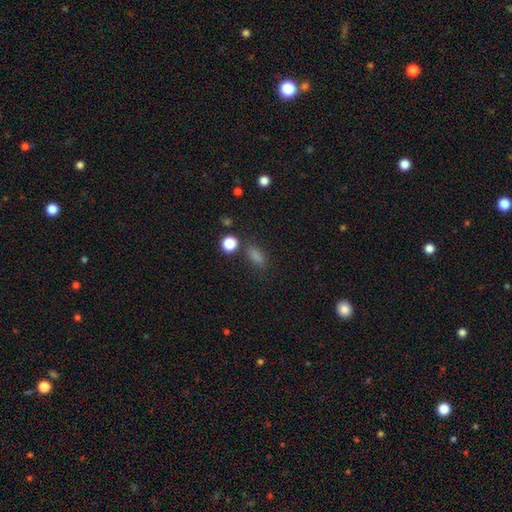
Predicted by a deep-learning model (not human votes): A smooth galaxy with no disk features (73%) that is in between round and cigar-shaped (76%).

Vote fractions:
- Smooth or featured? smooth: 73% / star or artifact: 21% / featured or disk: 6%
- How rounded? in between: 76% / round: 18% / cigar-shaped: 6%
- Merging? none: 74% / minor disturbance: 14% / merger: 7% / major disturbance: 5%